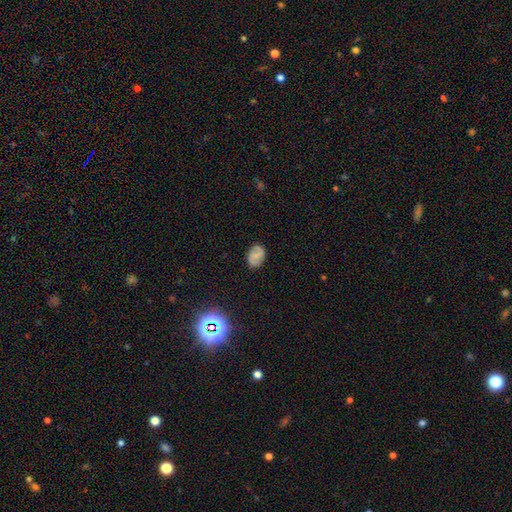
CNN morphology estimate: Q: Smooth or featured?
A: smooth (45%); runner-up: featured or disk (44%)
Q: Merging?
A: none (83%); runner-up: minor disturbance (12%)